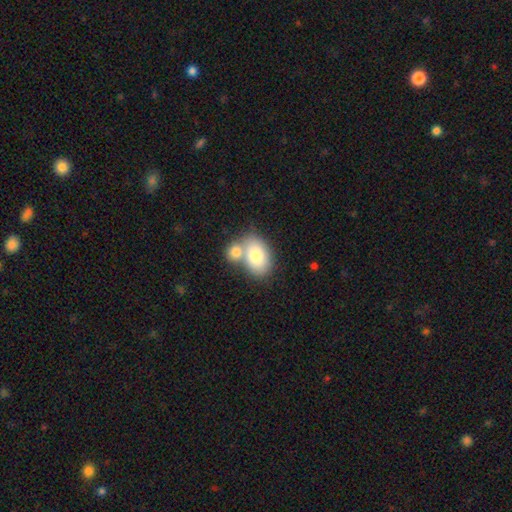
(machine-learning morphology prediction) smooth_or_featured: smooth (p=0.78) [alt: featured or disk p=0.15]
how_rounded: in between (p=0.83) [alt: round p=0.16]
merging: merger (p=0.48) [alt: none p=0.38]